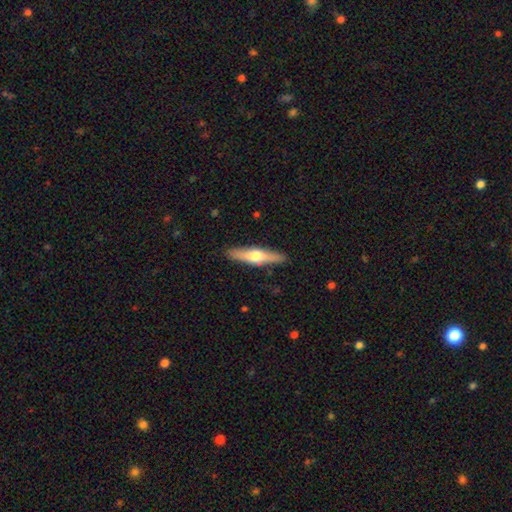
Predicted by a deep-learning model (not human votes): Smooth or featured?
  - smooth: 48% *
  - featured or disk: 47%
  - star or artifact: 5%
Merging?
  - none: 88% *
  - minor disturbance: 9%
  - major disturbance: 2%
  - merger: 1%